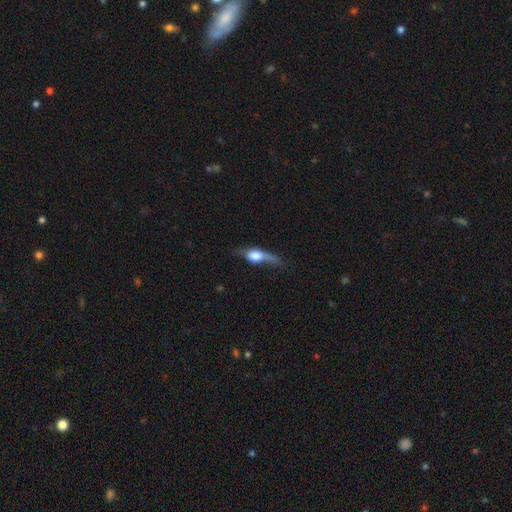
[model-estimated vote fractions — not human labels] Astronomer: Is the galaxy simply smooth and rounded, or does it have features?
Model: smooth — 49% (runner-up: featured or disk, 42%).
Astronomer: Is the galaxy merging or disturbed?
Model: none — 37% (runner-up: minor disturbance, 30%).